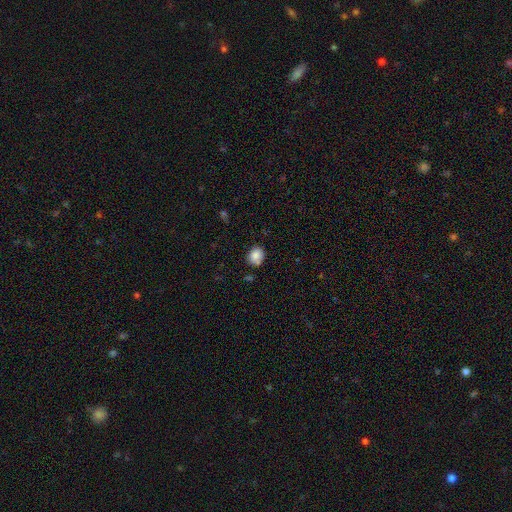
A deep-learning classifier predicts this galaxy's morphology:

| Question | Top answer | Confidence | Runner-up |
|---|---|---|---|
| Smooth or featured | smooth | 85% | star or artifact (9%) |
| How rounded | round | 62% | in between (37%) |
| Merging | none | 72% | minor disturbance (20%) |